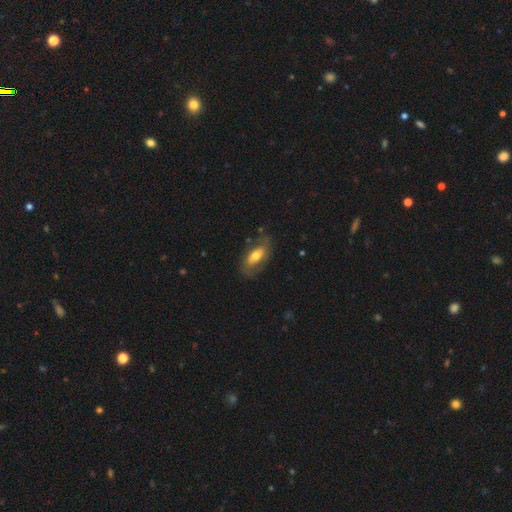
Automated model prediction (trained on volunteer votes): Morphology: type=smooth (53%); roundness=in between (83%); merging=none (70%).